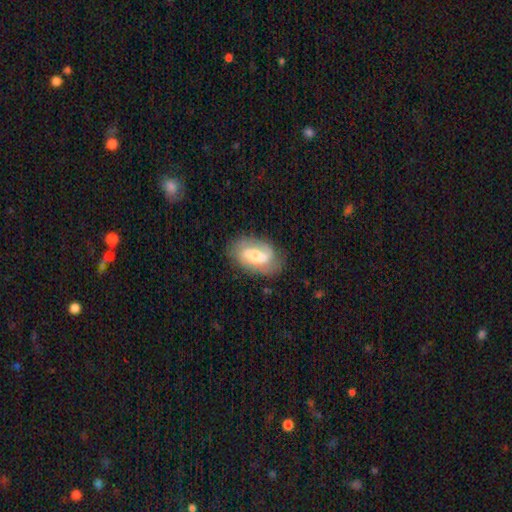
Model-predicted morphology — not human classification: smooth-or-featured: featured or disk: 62% | smooth: 31% | star or artifact: 7%
  disk-edge-on: no: 93% | yes: 7%
    bar: strong: 40% (tied) | weak: 40% (tied) | no: 20%
    has-spiral-arms: yes: 79% | no: 21%
    bulge-size: moderate: 49% | small: 30% | large: 15% | none: 4% | dominant: 2%
  merging: none: 73% | minor disturbance: 18% | major disturbance: 7% | merger: 2%